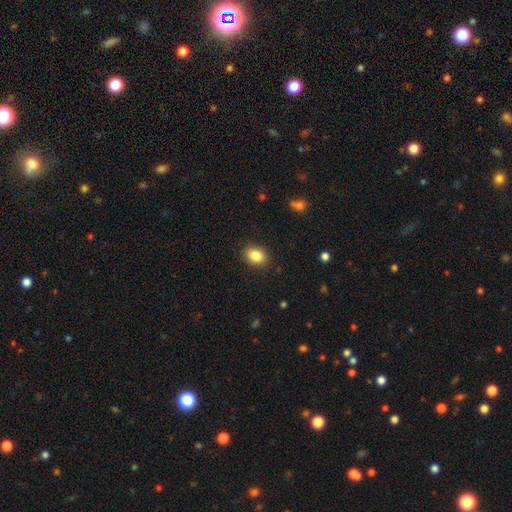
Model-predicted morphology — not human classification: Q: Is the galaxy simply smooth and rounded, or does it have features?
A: smooth — 85%.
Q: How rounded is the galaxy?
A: in between — 59%.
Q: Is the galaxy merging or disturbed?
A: none — 89%.